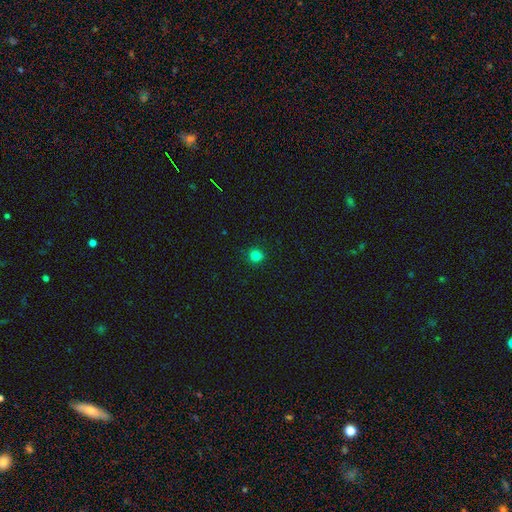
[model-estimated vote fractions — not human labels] Q: Smooth or featured?
A: smooth (82%); runner-up: star or artifact (14%)
Q: How rounded?
A: round (94%); runner-up: in between (6%)
Q: Merging?
A: none (91%); runner-up: minor disturbance (6%)